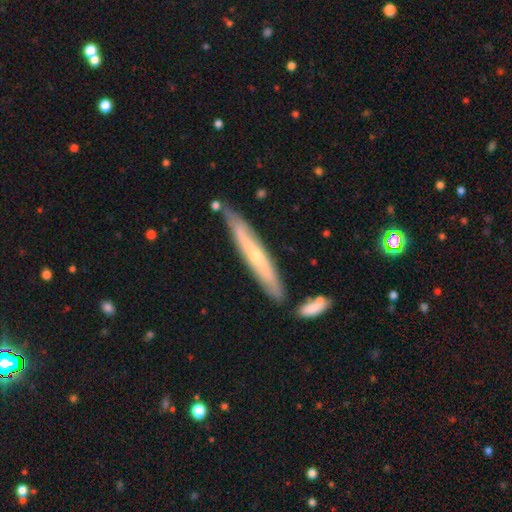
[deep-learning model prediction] smooth-or-featured: featured or disk: 57% | smooth: 37% | star or artifact: 5%
  disk-edge-on: yes: 83% | no: 17%
  merging: none: 79% | minor disturbance: 13% | merger: 5% | major disturbance: 2%